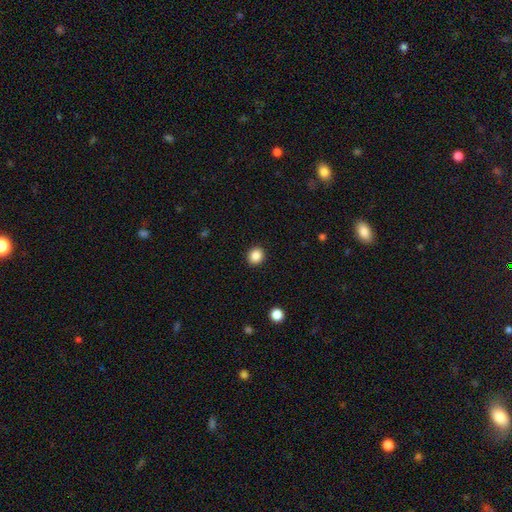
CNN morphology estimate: Smooth or featured? smooth (87%)
How rounded? round (80%)
Merging? none (92%)